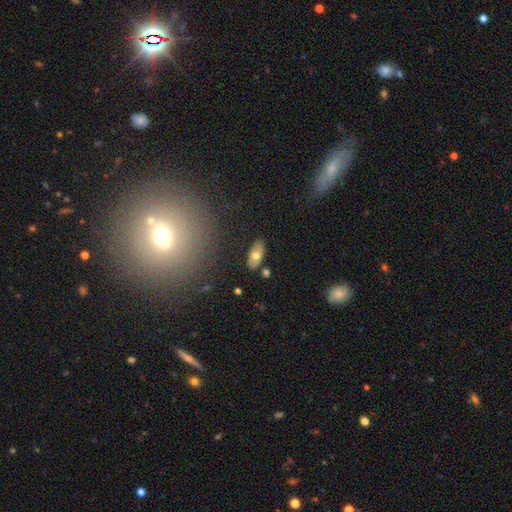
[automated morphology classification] Overall: smooth (67%). How rounded: in between (92%). Merging: none (82%).